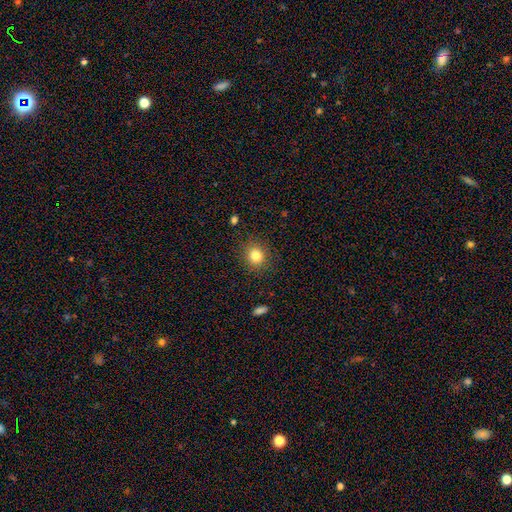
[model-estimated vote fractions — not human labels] Overall: smooth (83%). How rounded: round (81%). Merging: none (88%).